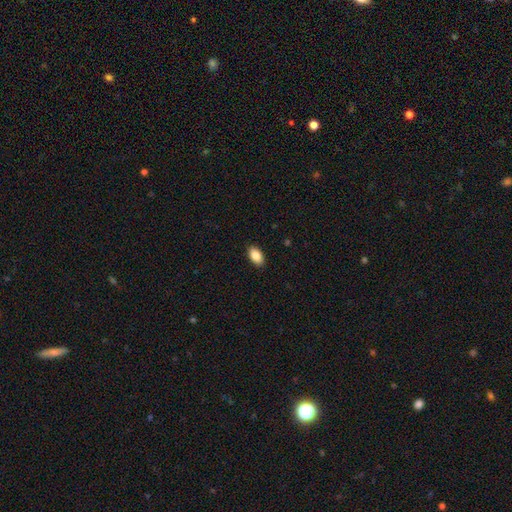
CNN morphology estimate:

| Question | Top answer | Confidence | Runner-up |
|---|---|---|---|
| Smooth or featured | smooth | 87% | star or artifact (7%) |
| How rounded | in between | 93% | round (5%) |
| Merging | none | 90% | minor disturbance (7%) |